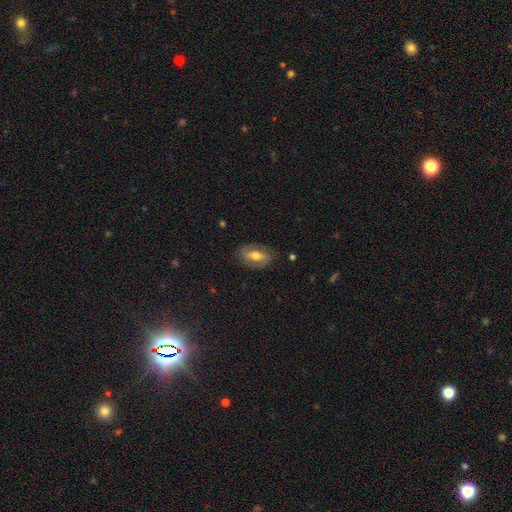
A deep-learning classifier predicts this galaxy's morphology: Smooth or featured? smooth (53%)
How rounded? in between (86%)
Merging? none (80%)